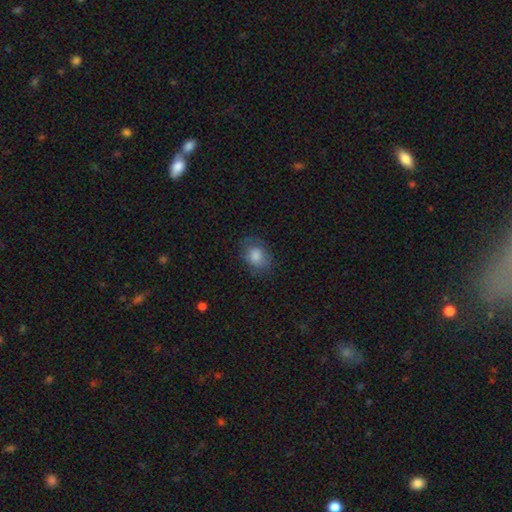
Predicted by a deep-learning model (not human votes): Q: Smooth or featured?
A: smooth (76%); runner-up: featured or disk (14%)
Q: How rounded?
A: in between (66%); runner-up: round (33%)
Q: Merging?
A: none (72%); runner-up: minor disturbance (19%)